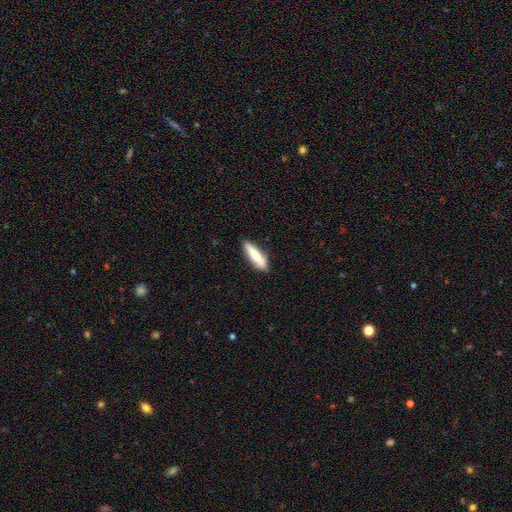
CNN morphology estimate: The model was most divided on "smooth or featured": smooth: 67%, featured or disk: 27%, star or artifact: 6%. More confident: merging — none (87%); how rounded — cigar-shaped (73%).